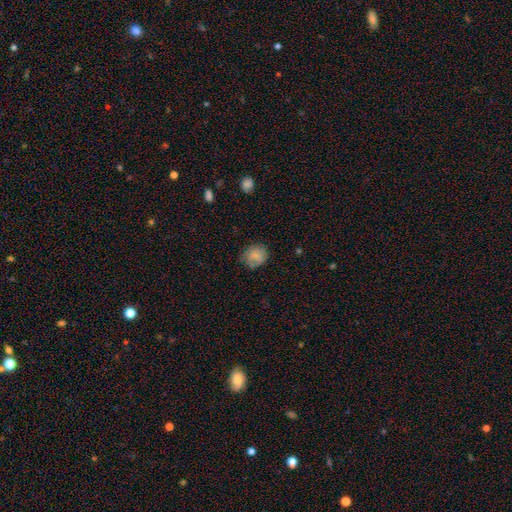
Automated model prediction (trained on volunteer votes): The model was most divided on "merging": none: 73%, minor disturbance: 20%, major disturbance: 6%, merger: 1%. More confident: smooth or featured — smooth (79%); how rounded — round (77%).